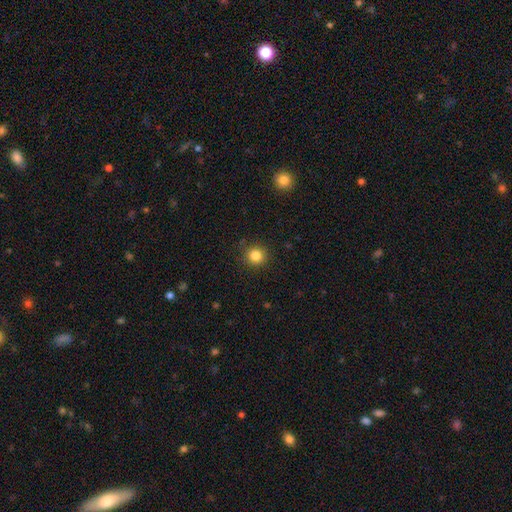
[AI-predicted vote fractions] A smooth galaxy with no disk features (83%) that is round (93%). Merging: none (90%).